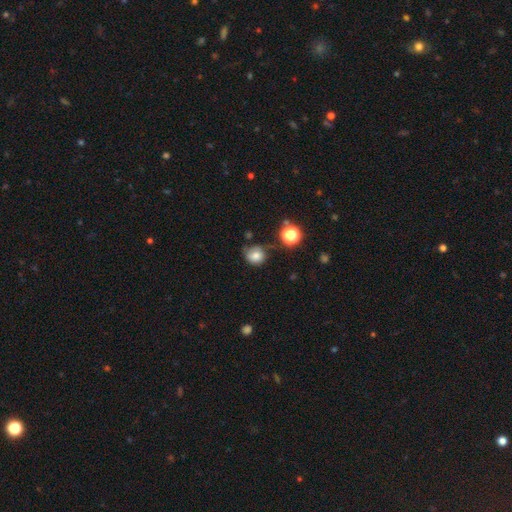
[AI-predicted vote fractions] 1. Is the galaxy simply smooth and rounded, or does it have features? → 77% smooth, 13% star or artifact, 11% featured or disk.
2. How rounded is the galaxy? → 78% round, 21% in between, 1% cigar-shaped.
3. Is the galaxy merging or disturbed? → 54% none, 30% minor disturbance, 10% major disturbance, 5% merger.